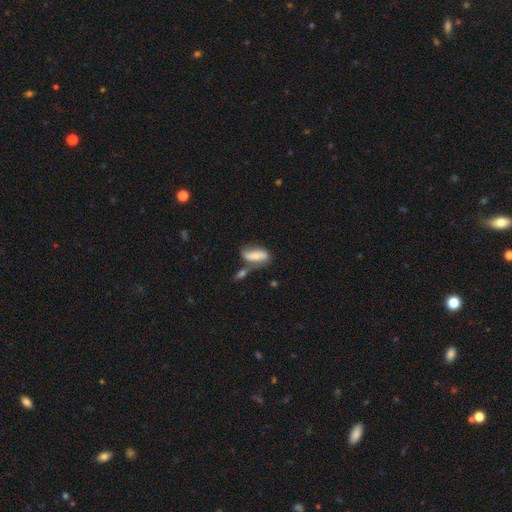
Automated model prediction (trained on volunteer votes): A smooth galaxy with no disk features (62%) that is in between round and cigar-shaped (79%).

Vote fractions:
- Smooth or featured? smooth: 62% / featured or disk: 30% / star or artifact: 8%
- How rounded? in between: 79% / cigar-shaped: 18% / round: 3%
- Merging? none: 41% / merger: 29% / minor disturbance: 20% / major disturbance: 10%